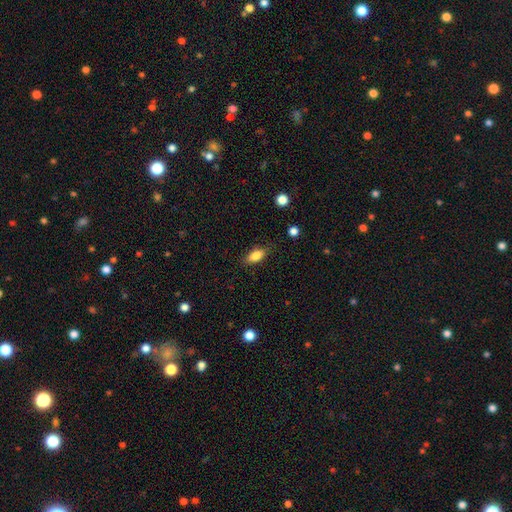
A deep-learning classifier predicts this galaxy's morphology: Smooth or featured? smooth (82%)
How rounded? in between (82%)
Merging? none (82%)